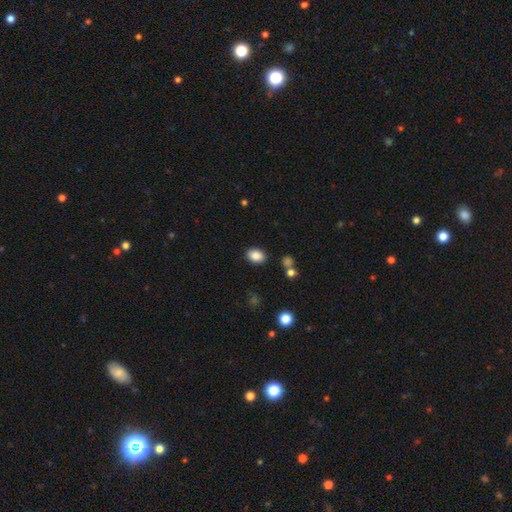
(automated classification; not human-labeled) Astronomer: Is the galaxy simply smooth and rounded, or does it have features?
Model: smooth — 85%.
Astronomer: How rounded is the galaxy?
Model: in between — 76%.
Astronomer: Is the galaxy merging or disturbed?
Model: none — 87%.